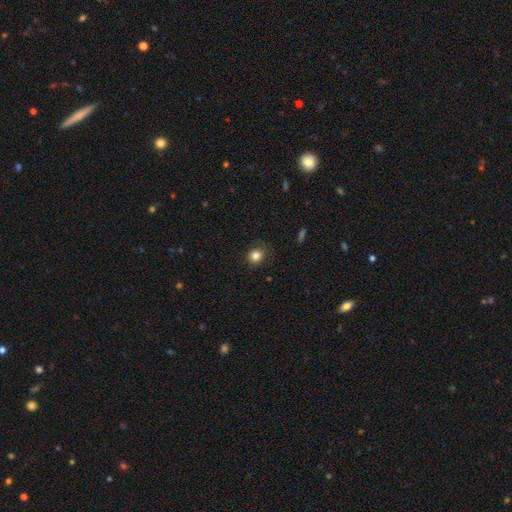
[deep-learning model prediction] This is clearly a smooth galaxy (83%). How rounded: clearly round (85%). Merging: clearly none (83%).